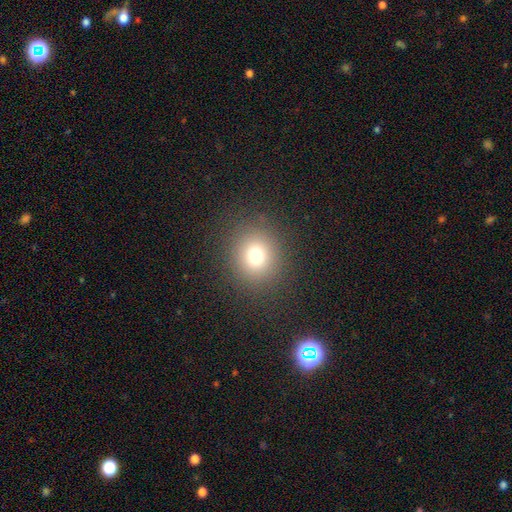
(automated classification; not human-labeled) smooth_or_featured: smooth (p=0.74) [alt: star or artifact p=0.17]
how_rounded: round (p=0.85) [alt: in between p=0.15]
merging: none (p=0.88) [alt: minor disturbance p=0.07]